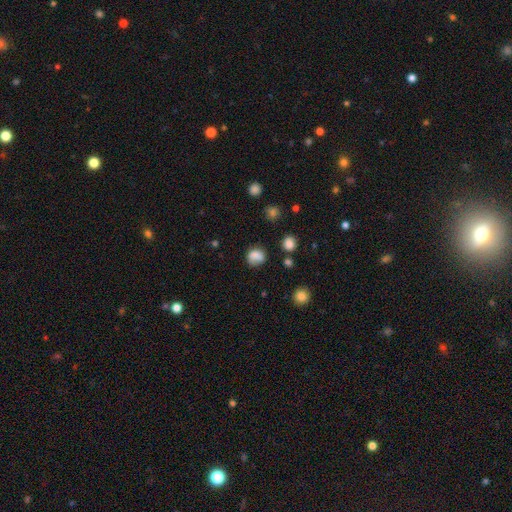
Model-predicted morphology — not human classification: Smooth or featured? Predicted: smooth (p=0.79). How rounded? Predicted: round (p=0.70). Merging? Predicted: none (p=0.64).